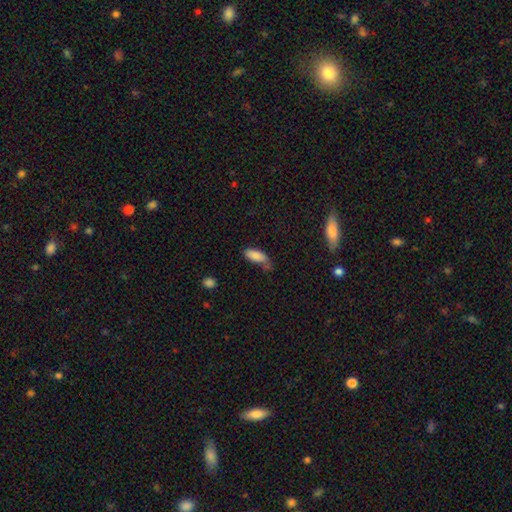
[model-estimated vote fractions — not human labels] smooth_or_featured: smooth (p=0.85) [alt: star or artifact p=0.08]
how_rounded: in between (p=0.82) [alt: cigar-shaped p=0.16]
merging: none (p=0.44) [alt: minor disturbance p=0.38]